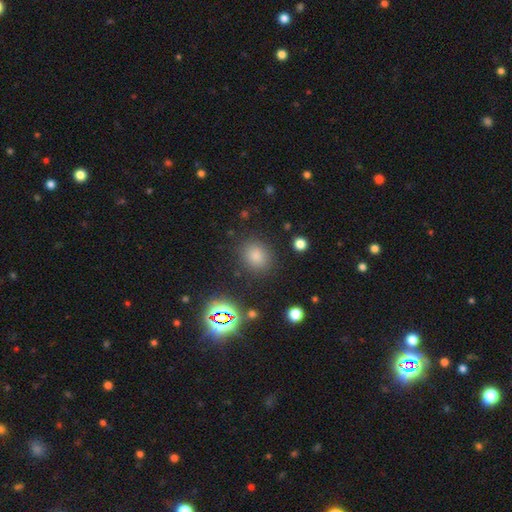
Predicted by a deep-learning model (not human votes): smooth 71%, star or artifact 23%, featured or disk 7%. Down the decision tree: how rounded — round (66%); merging — none (86%).